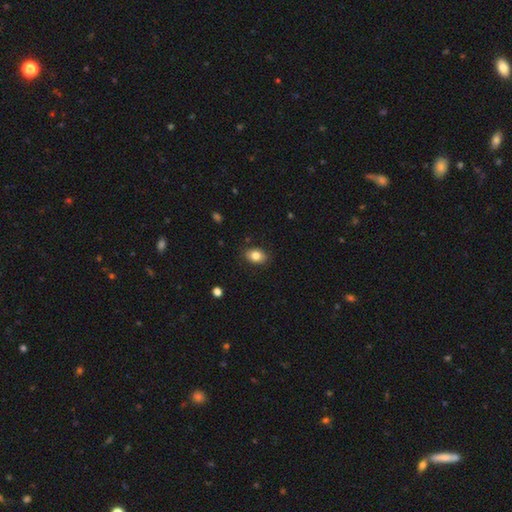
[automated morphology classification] Smooth or featured: smooth — 82% (featured or disk — 9%)
How rounded: in between — 78% (round — 20%)
Merging: none — 86% (minor disturbance — 11%)